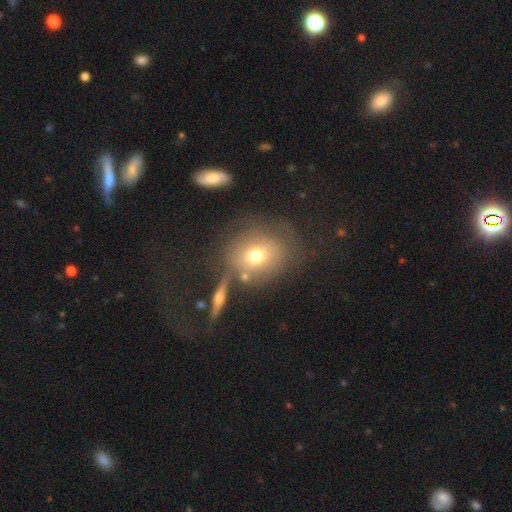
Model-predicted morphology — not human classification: A smooth galaxy with no disk features (64%) that is round (68%). Merging: none (61%).